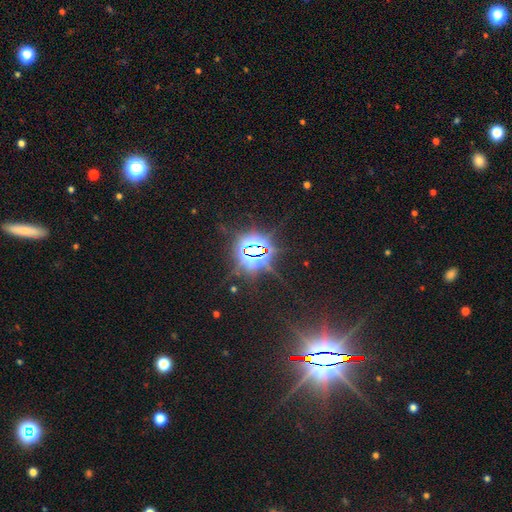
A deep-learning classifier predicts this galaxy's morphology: Q: Smooth or featured?
A: star or artifact (85%); runner-up: featured or disk (8%)